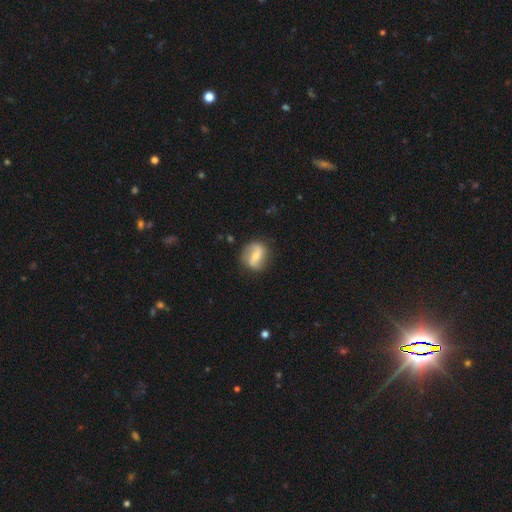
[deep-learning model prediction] The model was most divided on "bar" (2-way tie): strong: 37%, weak: 37%, no: 26%. Remaining: edge-on disk — no (95%); spiral arms — yes (83%); merging — none (79%); smooth or featured — featured or disk (62%); bulge size — small (49%).